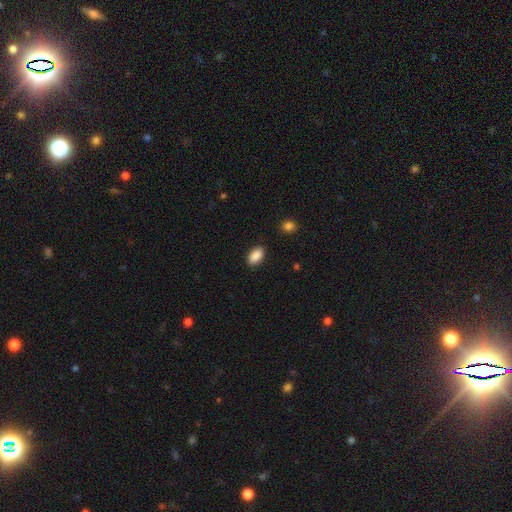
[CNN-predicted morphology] A smooth galaxy with no disk features (89%) that is in between round and cigar-shaped (93%).

Vote fractions:
- Smooth or featured? smooth: 89% / star or artifact: 7% / featured or disk: 4%
- How rounded? in between: 93% / round: 5% / cigar-shaped: 2%
- Merging? none: 88% / minor disturbance: 9% / major disturbance: 2% / merger: 1%